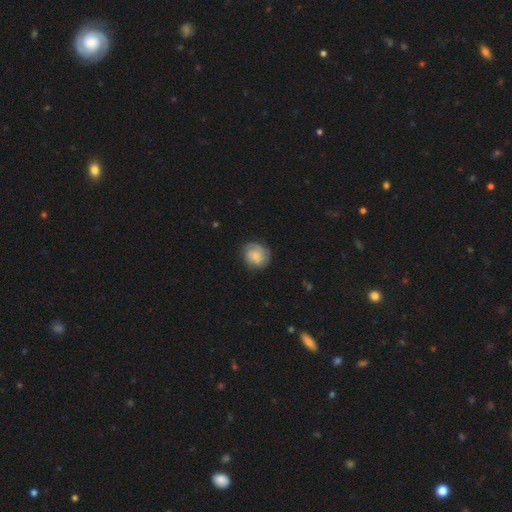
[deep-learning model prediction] The model was most divided on "smooth or featured": smooth: 61%, featured or disk: 32%, star or artifact: 7%. More confident: how rounded — round (77%); merging — none (73%).